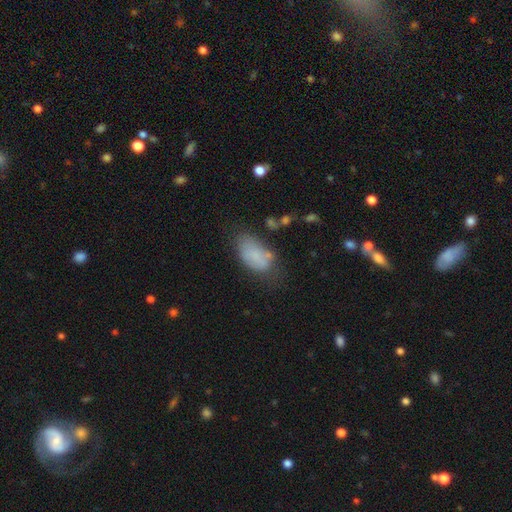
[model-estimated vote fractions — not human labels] smooth 74%, featured or disk 17%, star or artifact 10%. Down the decision tree: how rounded — in between (92%); merging — none (48%).